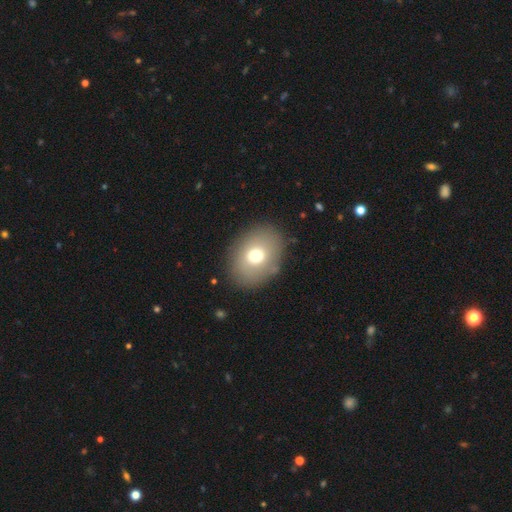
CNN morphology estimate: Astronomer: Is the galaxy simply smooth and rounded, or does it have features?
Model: smooth — 70%.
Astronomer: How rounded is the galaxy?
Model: in between — 66%.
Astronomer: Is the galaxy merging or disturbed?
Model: none — 84%.